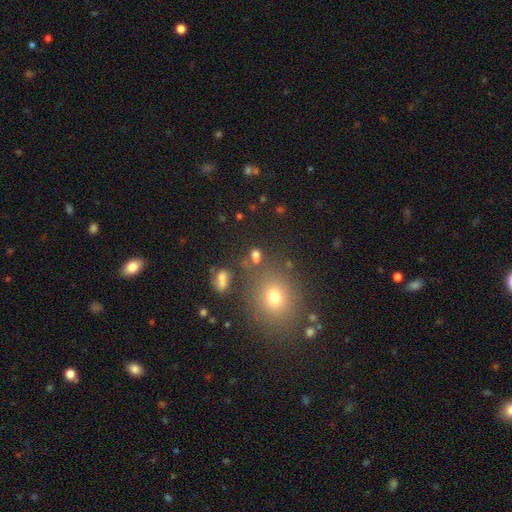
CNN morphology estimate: smooth_or_featured: smooth (p=0.68) [alt: star or artifact p=0.22]
how_rounded: round (p=0.62) [alt: in between p=0.36]
merging: none (p=0.66) [alt: merger p=0.17]